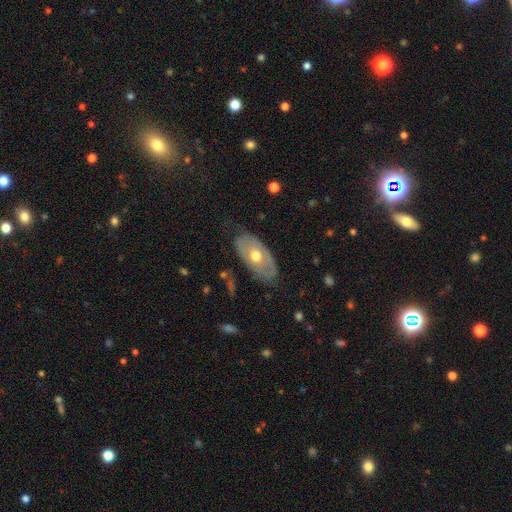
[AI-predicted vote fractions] featured or disk 51%, smooth 43%, star or artifact 5%. Down the decision tree: edge-on disk — no (83%); merging — none (72%).